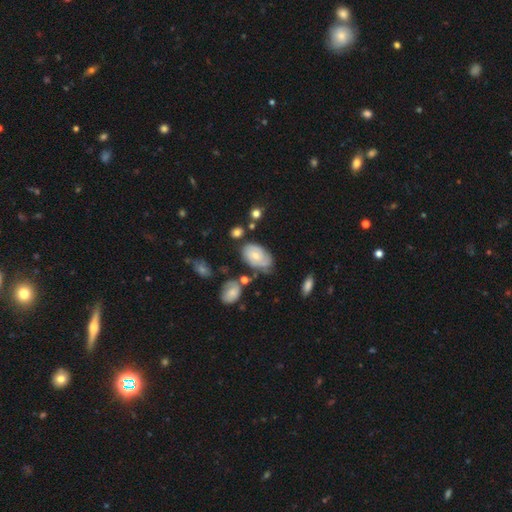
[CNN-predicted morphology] A featured or disk galaxy (58%) with no bar (72%), spiral arms (82%) and a small central bulge (47%, tied with moderate).

Vote fractions:
- Smooth or featured? featured or disk: 58% / smooth: 34% / star or artifact: 7%
- Edge-on disk? no: 95% / yes: 5%
- Bar? no: 72% / weak: 24% / strong: 3%
- Spiral arms? yes: 82% / no: 18%
- Bulge size? small: 47% (tied) / moderate: 47% (tied) / none: 3% / large: 2% / dominant: 1%
- Merging? none: 54% / minor disturbance: 28% / major disturbance: 11% / merger: 7%